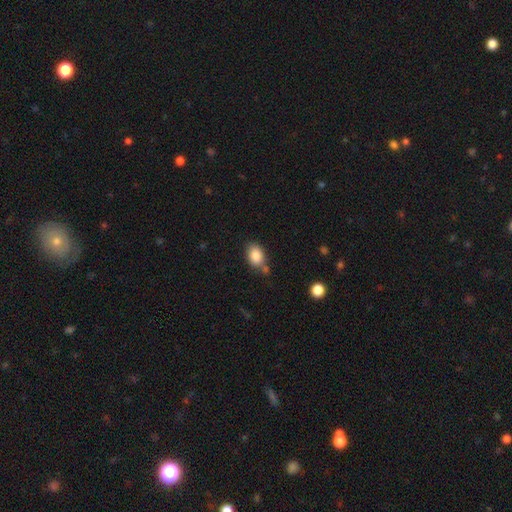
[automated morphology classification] smooth 86%, star or artifact 8%, featured or disk 6%. Down the decision tree: how rounded — in between (79%); merging — none (65%).